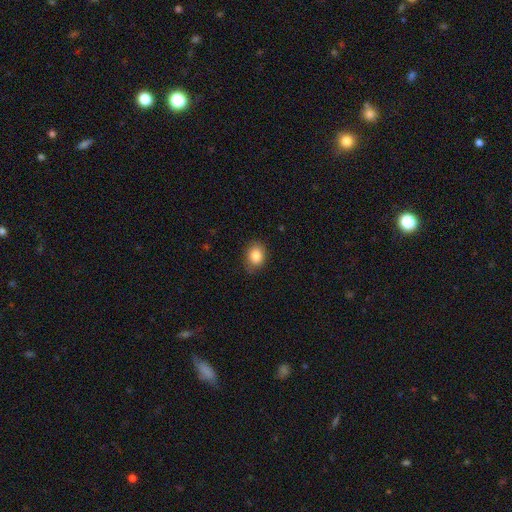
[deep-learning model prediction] Smooth or featured? Predicted: smooth (p=0.85). How rounded? Predicted: in between (p=0.58). Merging? Predicted: none (p=0.80).